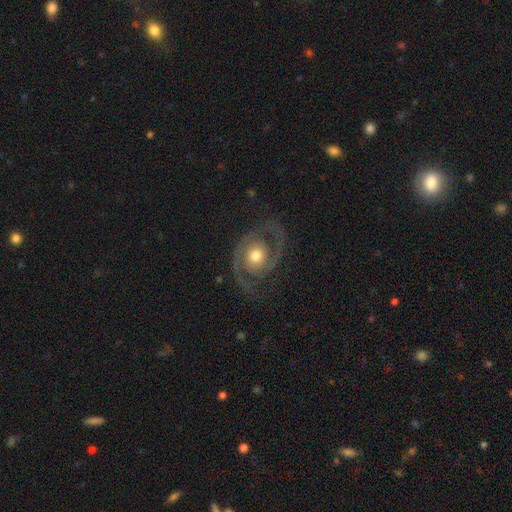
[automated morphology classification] type=featured or disk (87%); edge-on=no (97%); bar=no (74%); spiral arms=yes (93%); winding=medium (51%); arm count=2 (91%); bulge=moderate (72%); merging=none (77%).